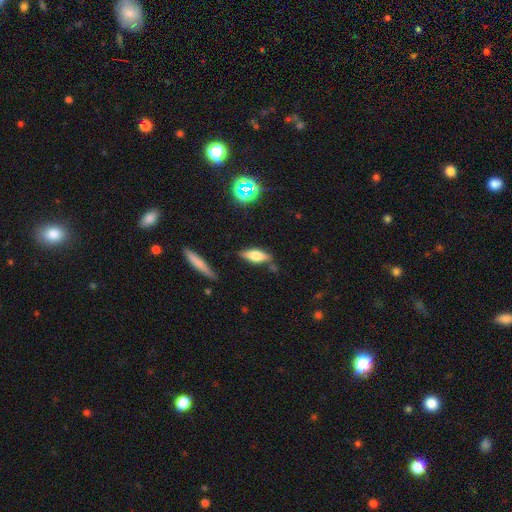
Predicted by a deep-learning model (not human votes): This is possibly a smooth galaxy (56%). How rounded: possibly in between (58%). Merging: likely none (75%).